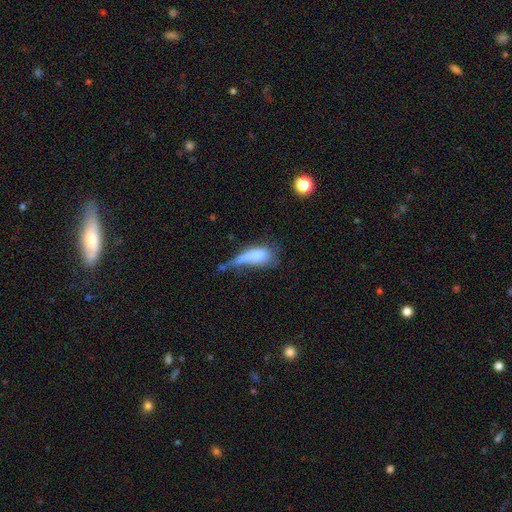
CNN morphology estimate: Smooth or featured: smooth — 70% (featured or disk — 22%)
How rounded: in between — 65% (cigar-shaped — 30%)
Merging: major disturbance — 38% (minor disturbance — 28%)